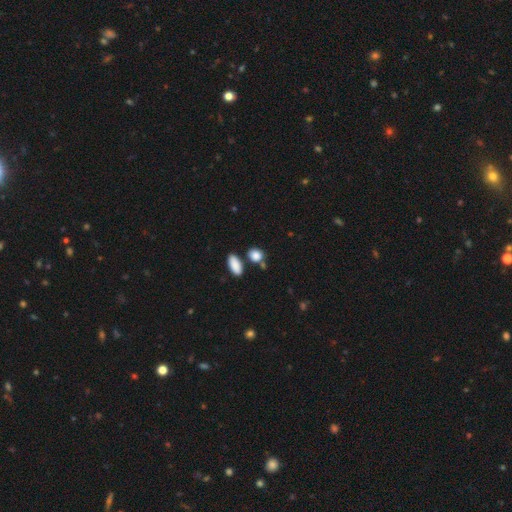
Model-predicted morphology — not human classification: Smooth or featured? Predicted: smooth (p=0.87). How rounded? Predicted: in between (p=0.50). Merging? Predicted: none (p=0.69).